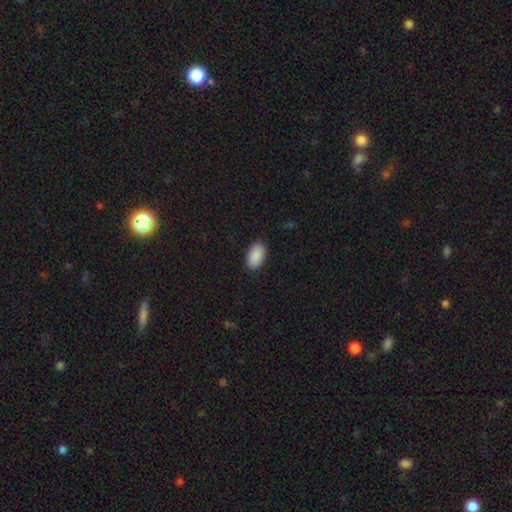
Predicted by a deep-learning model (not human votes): smooth 91%, star or artifact 6%, featured or disk 3%. Down the decision tree: how rounded — in between (95%); merging — none (89%).